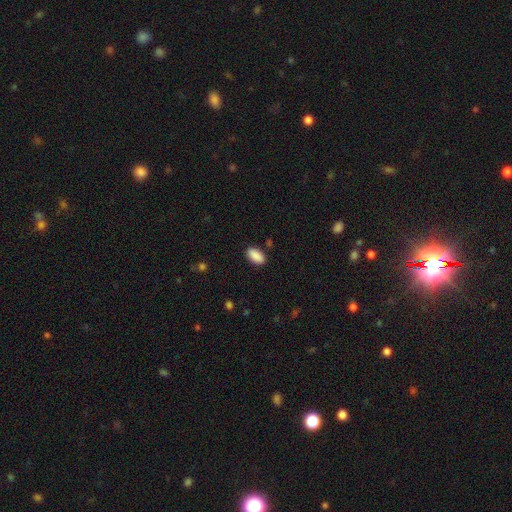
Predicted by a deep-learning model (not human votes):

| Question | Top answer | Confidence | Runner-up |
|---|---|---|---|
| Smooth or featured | smooth | 90% | star or artifact (7%) |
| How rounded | in between | 92% | cigar-shaped (5%) |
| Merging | none | 87% | minor disturbance (9%) |